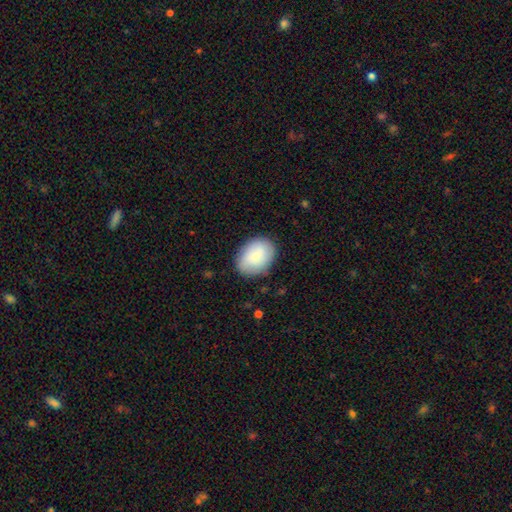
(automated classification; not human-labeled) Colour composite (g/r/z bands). It shows a smooth galaxy with no disk features (78%) that is in between round and cigar-shaped (72%). Merging: none (82%).